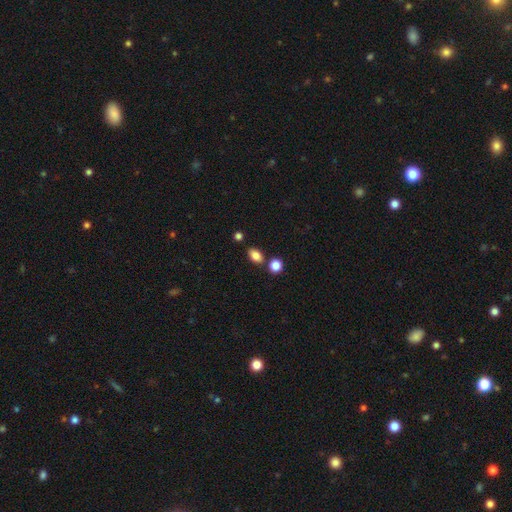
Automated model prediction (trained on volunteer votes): Smooth or featured: smooth — 84% (star or artifact — 10%)
How rounded: in between — 80% (round — 18%)
Merging: none — 75% (merger — 12%)